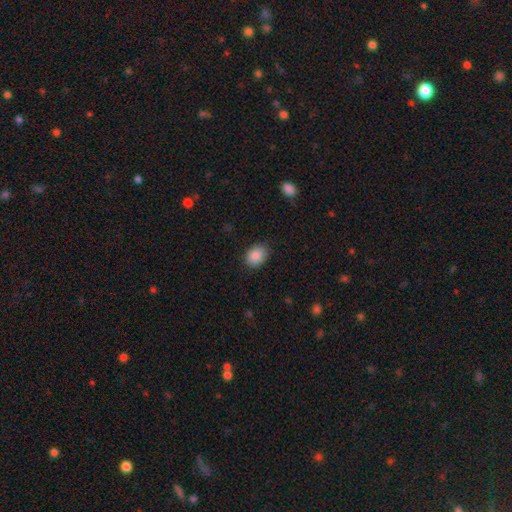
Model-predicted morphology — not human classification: smooth-or-featured: smooth: 89% | star or artifact: 8% | featured or disk: 3%
  how-rounded: in between: 73% | round: 26% | cigar-shaped: 1%
  merging: none: 86% | minor disturbance: 10% | major disturbance: 3% | merger: 1%